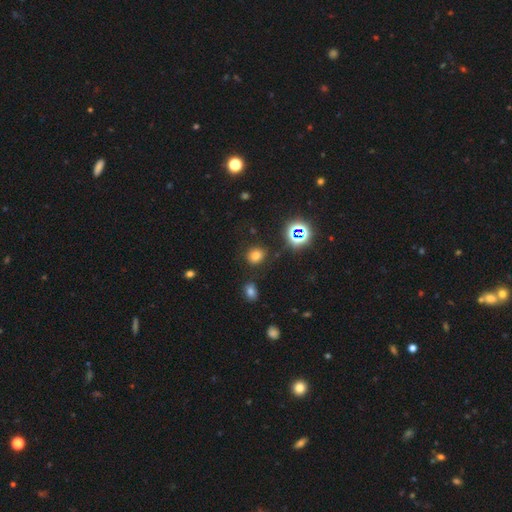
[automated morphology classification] This is likely a smooth galaxy (70%). How rounded: likely round (71%). Merging: clearly none (85%).